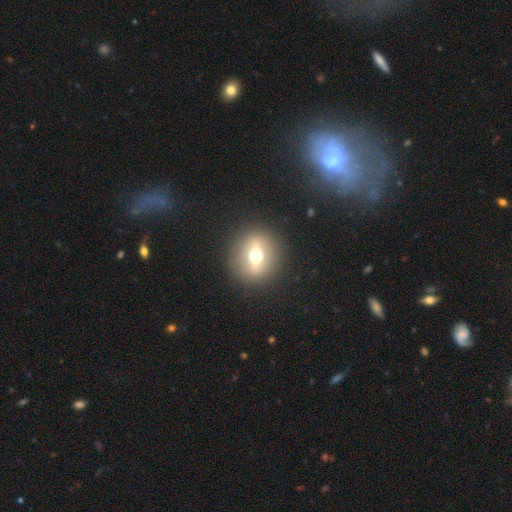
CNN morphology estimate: type=smooth (48%); merging=none (89%).